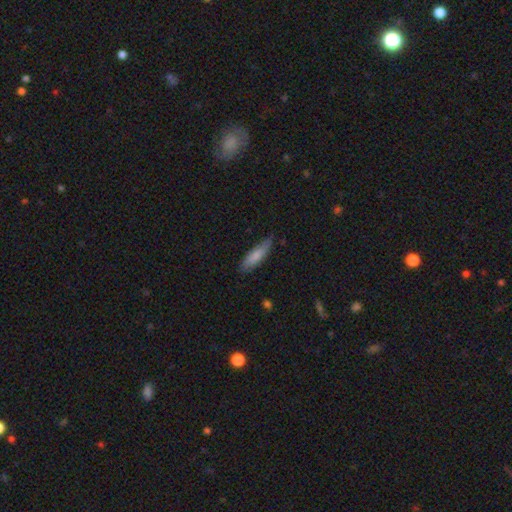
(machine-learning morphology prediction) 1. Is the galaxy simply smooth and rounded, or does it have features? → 76% smooth, 18% featured or disk, 6% star or artifact.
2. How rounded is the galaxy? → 62% cigar-shaped, 36% in between, 2% round.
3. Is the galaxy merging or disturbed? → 71% none, 24% minor disturbance, 3% major disturbance, 2% merger.